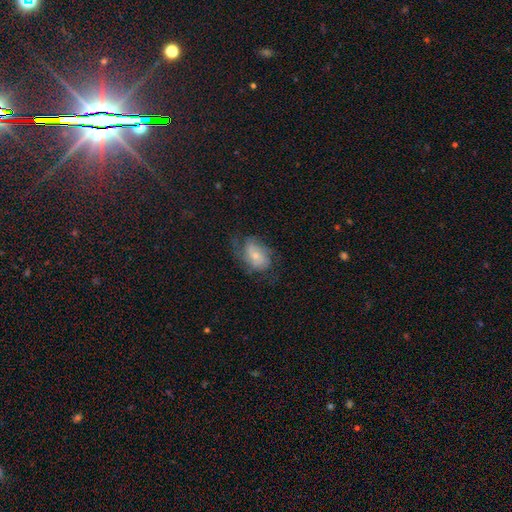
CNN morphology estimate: smooth_or_featured: featured or disk (p=0.55) [alt: smooth p=0.36]
disk_edge_on: no (p=0.96) [alt: yes p=0.04]
bar: no (p=0.60) [alt: weak p=0.33]
has_spiral_arms: yes (p=0.81) [alt: no p=0.19]
bulge_size: small (p=0.51) [alt: moderate p=0.37]
merging: none (p=0.53) [alt: minor disturbance p=0.24]